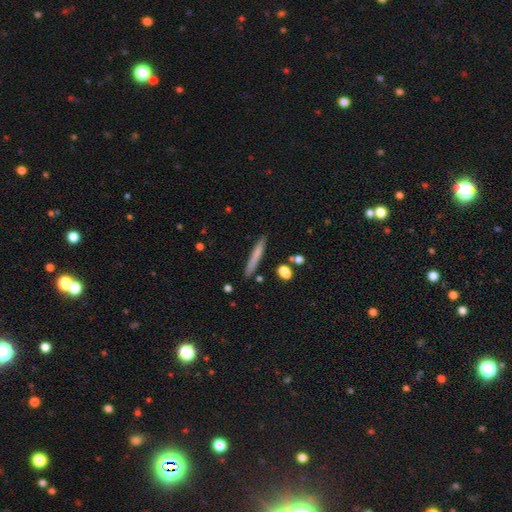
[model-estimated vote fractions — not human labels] Overall: smooth (69%). How rounded: cigar-shaped (95%). Merging: none (87%).